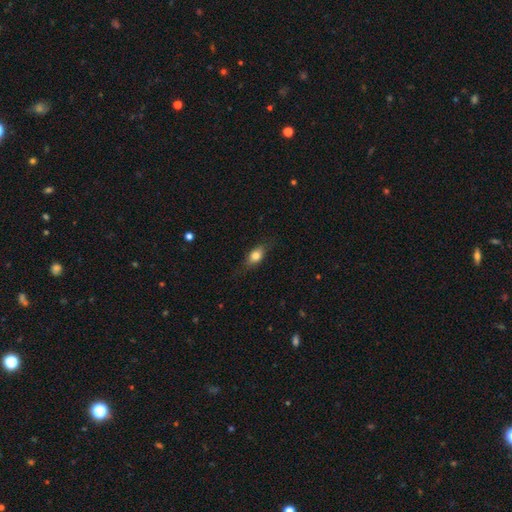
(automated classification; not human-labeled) Smooth or featured? Predicted: smooth (p=0.76). How rounded? Predicted: in between (p=0.78). Merging? Predicted: none (p=0.76).